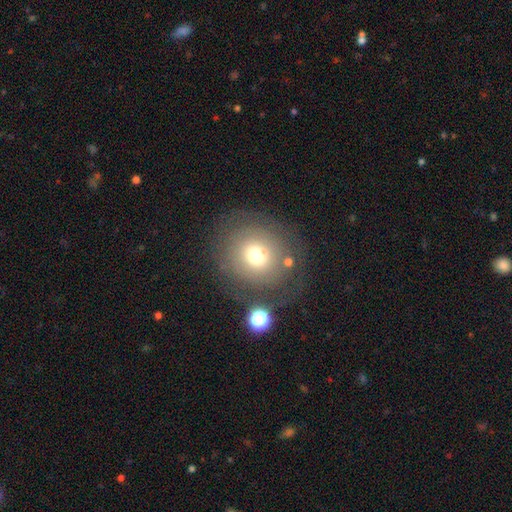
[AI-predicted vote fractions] This is likely a smooth galaxy (62%). How rounded: clearly round (84%). Merging: likely none (77%).